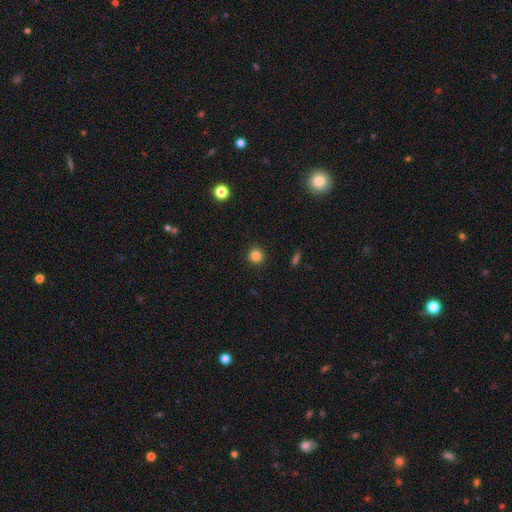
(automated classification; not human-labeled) smooth 84%, star or artifact 12%, featured or disk 4%. Down the decision tree: how rounded — round (93%); merging — none (91%).